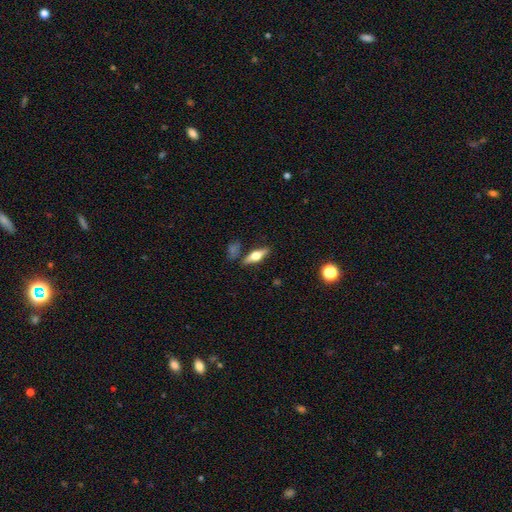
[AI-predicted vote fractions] Smooth or featured? featured or disk (54%)
Edge-on disk? yes (93%)
Merging? none (80%)